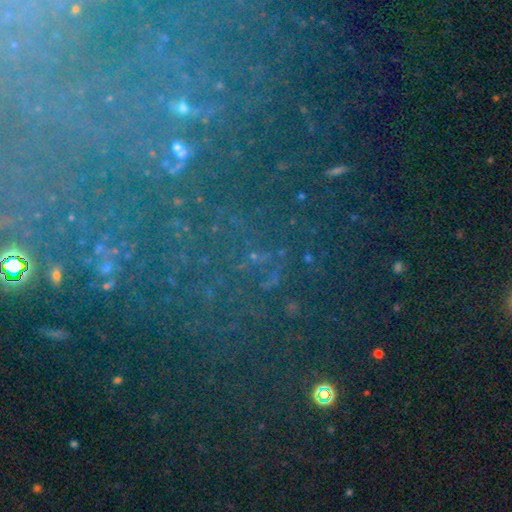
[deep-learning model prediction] A star or artifact, not a galaxy (72%).

Vote fractions:
- Smooth or featured? star or artifact: 72% / smooth: 18% / featured or disk: 11%